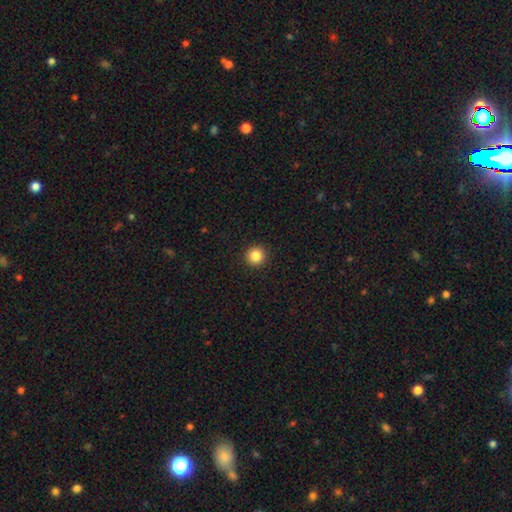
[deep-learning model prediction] smooth 86%, star or artifact 10%, featured or disk 4%. Down the decision tree: how rounded — round (95%); merging — none (93%).